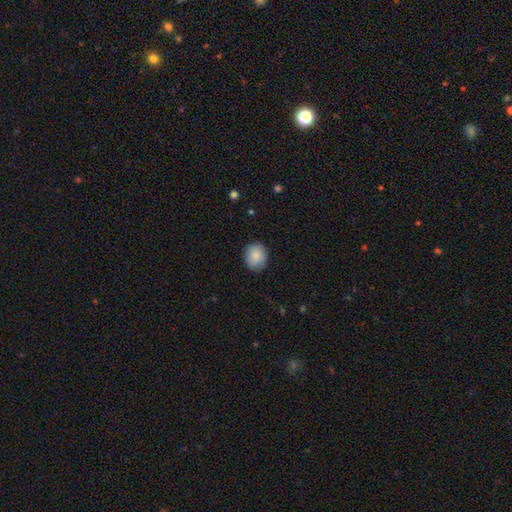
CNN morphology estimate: A smooth galaxy with no disk features (88%) that is round (69%). Merging: none (87%).